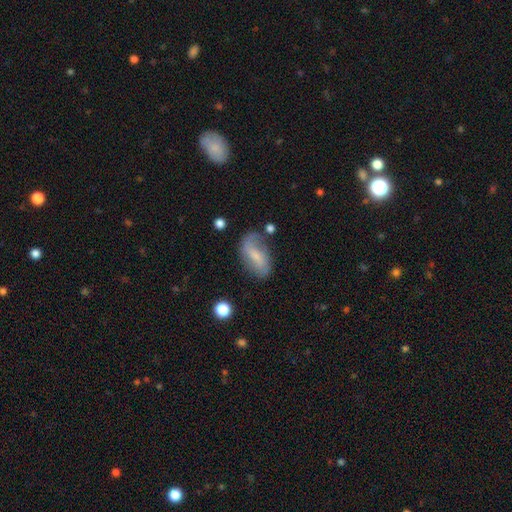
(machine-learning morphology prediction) Smooth or featured? smooth (48%)
Merging? none (62%)